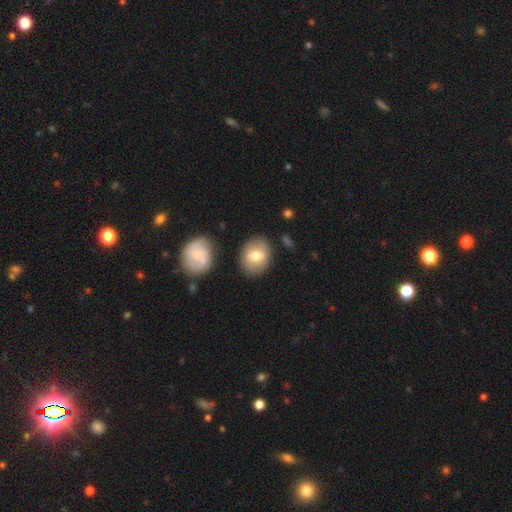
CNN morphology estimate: Smooth or featured? smooth (65%)
How rounded? round (50%)
Merging? none (80%)